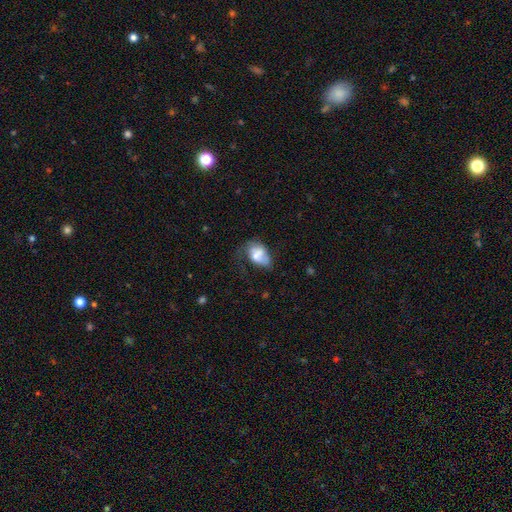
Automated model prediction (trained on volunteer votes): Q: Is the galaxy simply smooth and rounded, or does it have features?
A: smooth — 63%.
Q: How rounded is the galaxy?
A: in between — 83%.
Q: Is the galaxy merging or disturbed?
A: major disturbance — 28%, tied with minor disturbance.